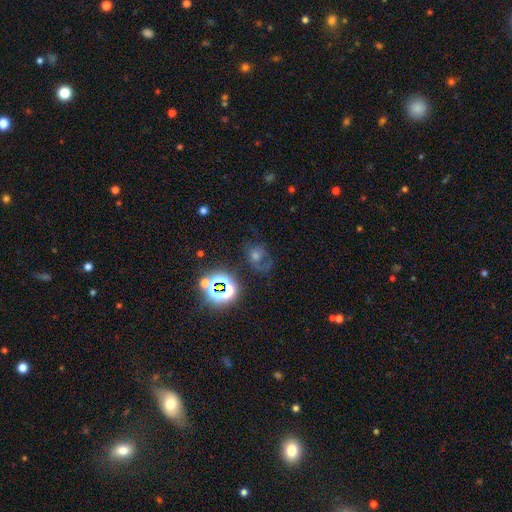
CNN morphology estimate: Smooth or featured: star or artifact — 38% (featured or disk — 33%)